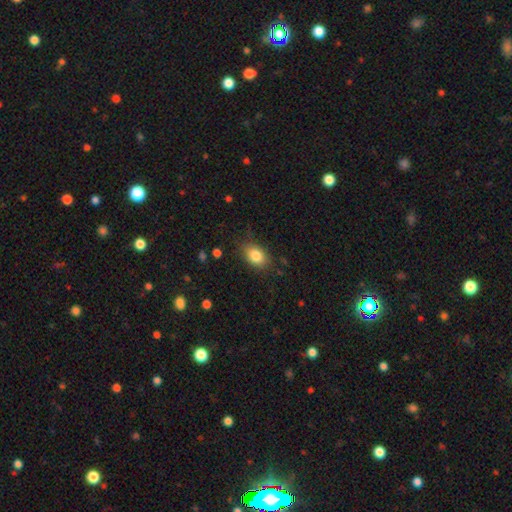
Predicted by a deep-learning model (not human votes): smooth 84%, star or artifact 9%, featured or disk 8%. Down the decision tree: how rounded — in between (79%); merging — none (80%).